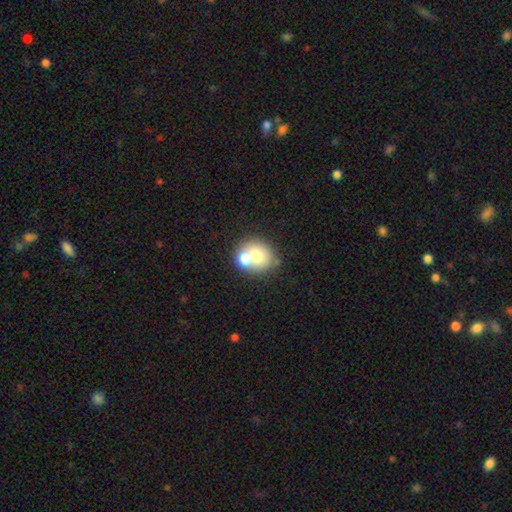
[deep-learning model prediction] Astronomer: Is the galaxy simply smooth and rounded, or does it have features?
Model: smooth — 69%.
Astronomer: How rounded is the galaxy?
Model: round — 70%.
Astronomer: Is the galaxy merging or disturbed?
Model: merger — 46% (runner-up: none, 41%).